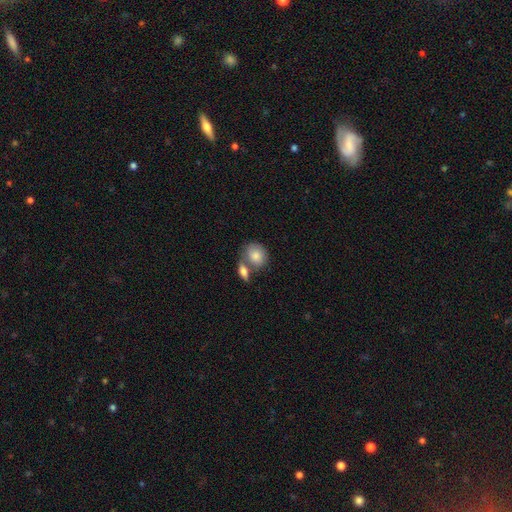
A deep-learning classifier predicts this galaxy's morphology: Overall: smooth (82%). How rounded: round (55%; in between 43%). Merging: merger (43%; none 42%).